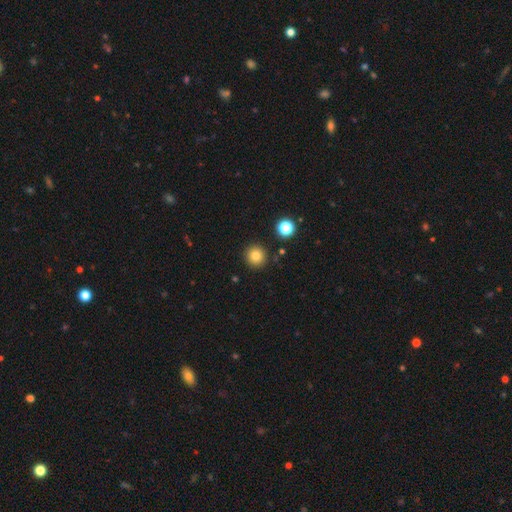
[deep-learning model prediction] Overall: smooth (82%). How rounded: round (95%). Merging: none (90%).